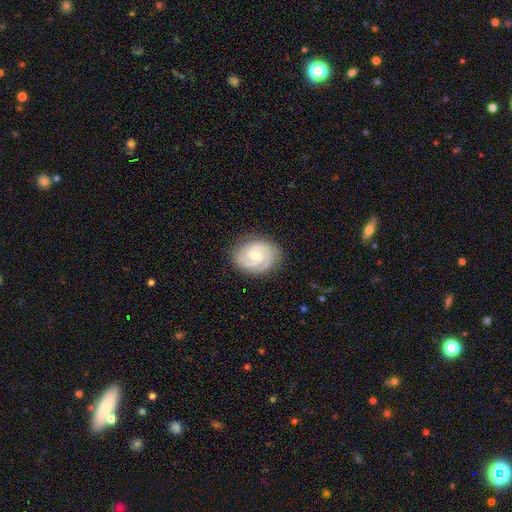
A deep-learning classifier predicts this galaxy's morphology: Overall: featured or disk (74%). Edge-on disk: no (97%). Bar: no (63%; weak 32%). Spiral arms: yes (94%). Spiral arm count: 2 (55%; 3 20%). Spiral winding: tight (54%; medium 37%). Bulge size: small (50%; moderate 46%). Merging: none (83%).